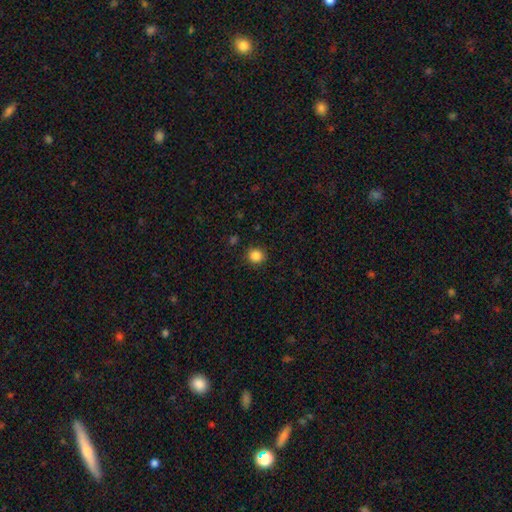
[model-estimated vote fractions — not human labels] Q: Smooth or featured?
A: smooth (85%); runner-up: star or artifact (11%)
Q: How rounded?
A: round (90%); runner-up: in between (9%)
Q: Merging?
A: none (90%); runner-up: minor disturbance (6%)